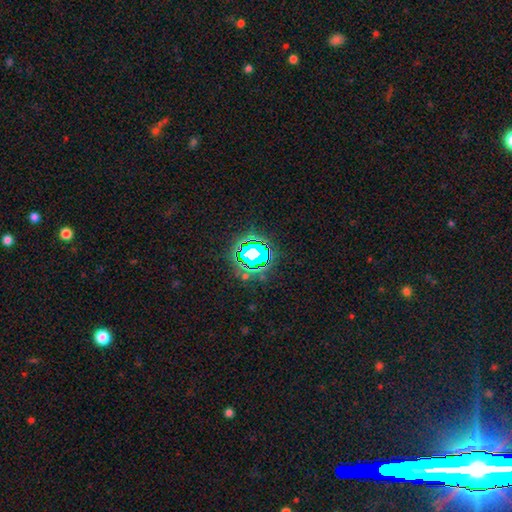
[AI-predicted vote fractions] Smooth or featured: star or artifact — 71% (smooth — 16%)